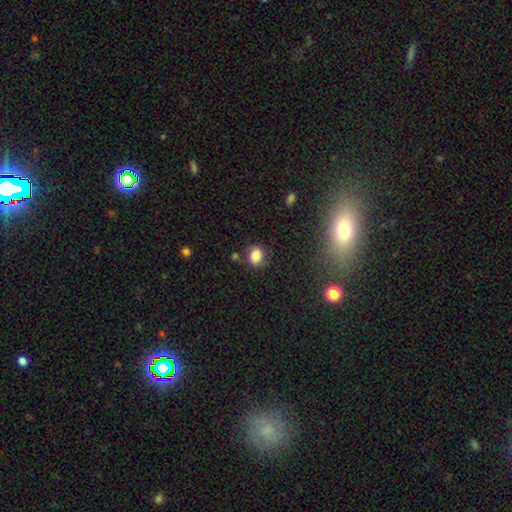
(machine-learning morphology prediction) A smooth galaxy with no disk features (79%) that is round (59%).

Vote fractions:
- Smooth or featured? smooth: 79% / star or artifact: 11% / featured or disk: 10%
- How rounded? round: 59% / in between: 40% / cigar-shaped: 1%
- Merging? none: 73% / minor disturbance: 17% / major disturbance: 5% / merger: 5%